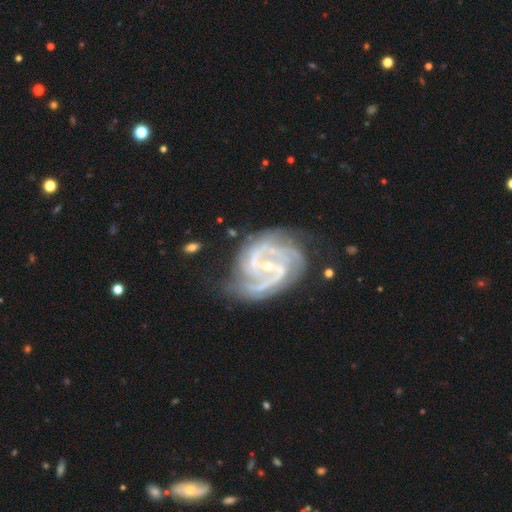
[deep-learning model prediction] The model was most divided on "bar": weak: 42%, strong: 38%, no: 20%. More confident: edge-on disk — no (98%); spiral arms — yes (98%); smooth or featured — featured or disk (92%); bulge size — small (79%); merging — none (64%); spiral winding — medium (54%); spiral arm count — 2 (51%).